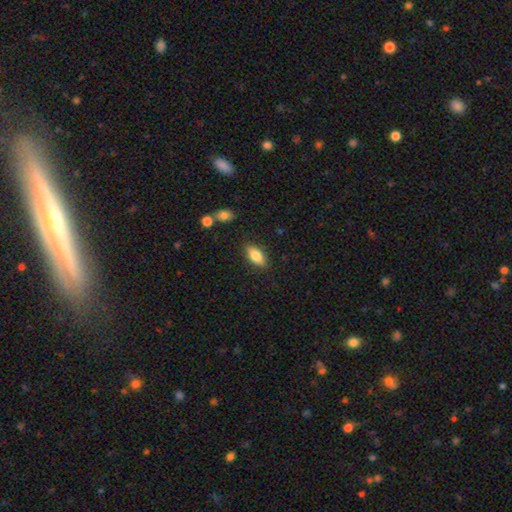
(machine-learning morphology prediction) Smooth or featured? Predicted: smooth (p=0.79). How rounded? Predicted: in between (p=0.83). Merging? Predicted: none (p=0.85).